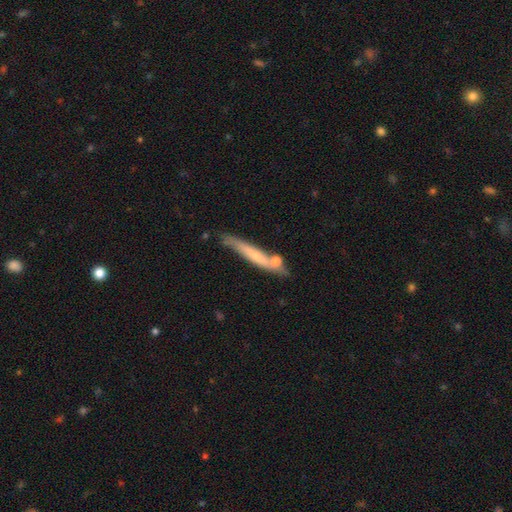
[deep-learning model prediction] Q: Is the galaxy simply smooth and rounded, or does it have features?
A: smooth — 51%.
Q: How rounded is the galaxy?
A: cigar-shaped — 93%.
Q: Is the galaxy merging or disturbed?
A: none — 63%.